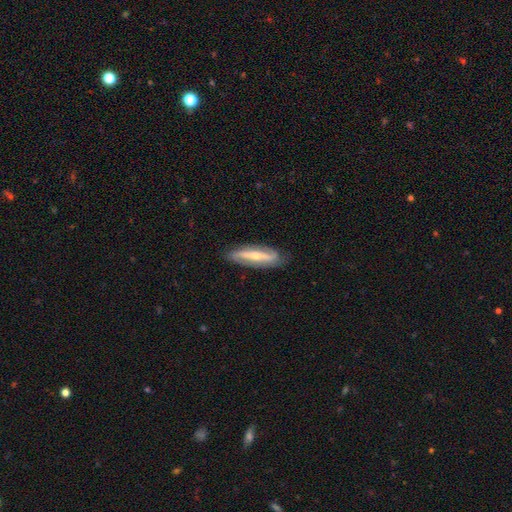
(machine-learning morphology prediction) A featured or disk galaxy (73%). Merging: none (81%).